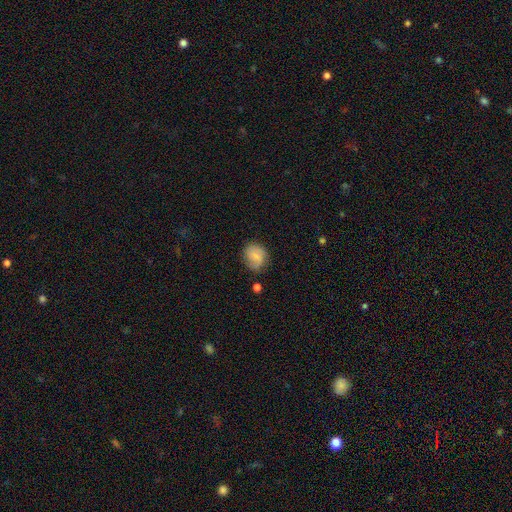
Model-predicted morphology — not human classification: Q: Smooth or featured?
A: smooth (71%); runner-up: featured or disk (20%)
Q: How rounded?
A: round (60%); runner-up: in between (39%)
Q: Merging?
A: none (65%); runner-up: minor disturbance (25%)